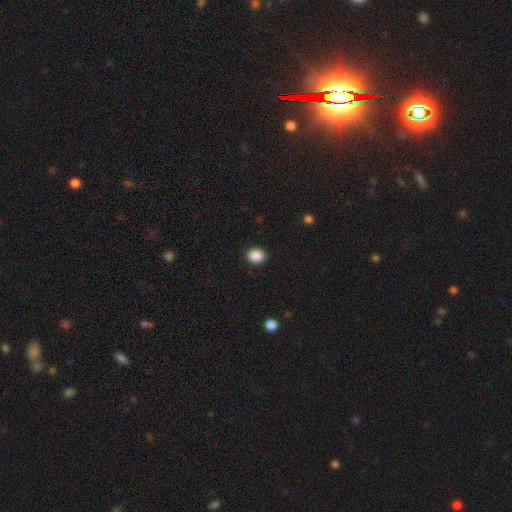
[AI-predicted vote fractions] The model was most divided on "how rounded": round: 69%, in between: 30%, cigar-shaped: 1%. More confident: merging — none (91%); smooth or featured — smooth (88%).